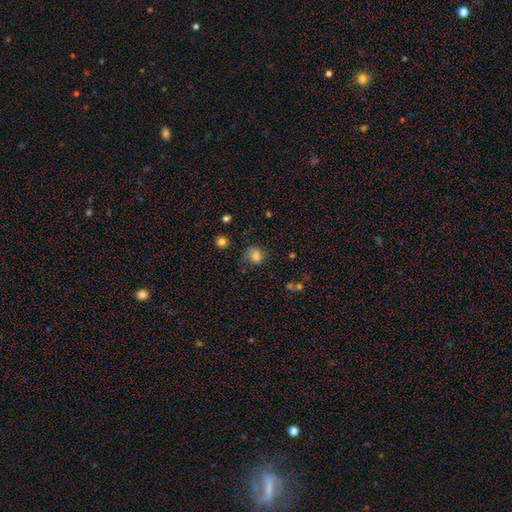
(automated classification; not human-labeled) Morphology: type=smooth (80%); roundness=round (72%); merging=none (64%).